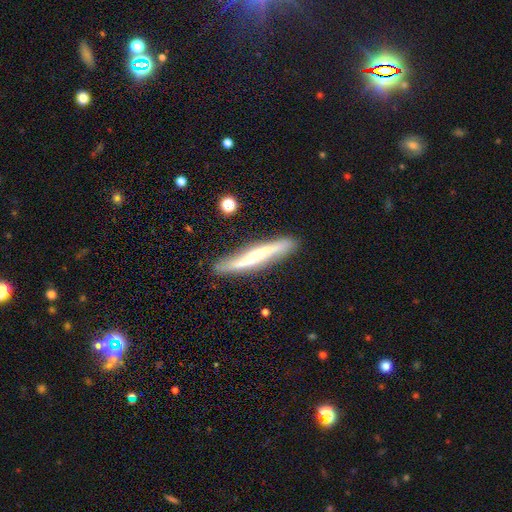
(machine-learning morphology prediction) type=featured or disk (58%); edge-on=yes (70%); merging=none (83%).